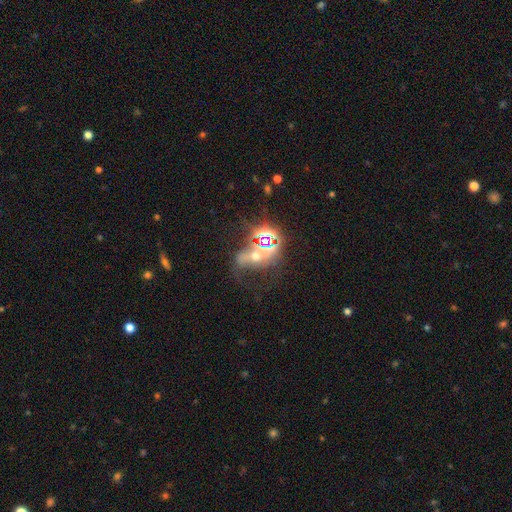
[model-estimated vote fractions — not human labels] Smooth or featured?
  - star or artifact: 49% *
  - featured or disk: 28%
  - smooth: 23%